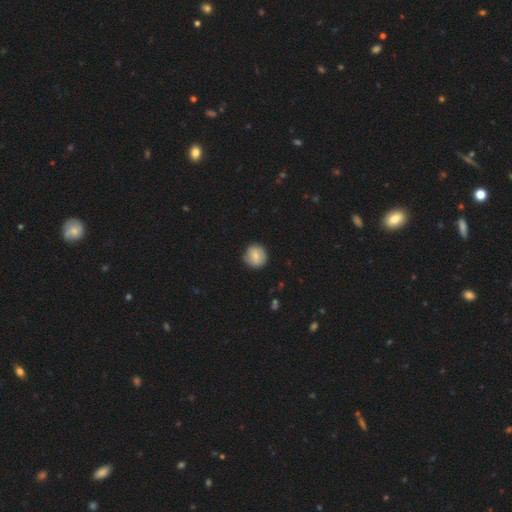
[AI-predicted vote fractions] This appears to be a smooth galaxy with no disk features (72%) that is round (91%). Merging: none (79%).